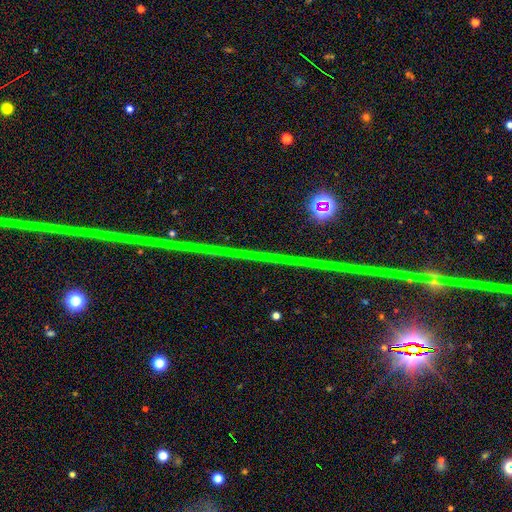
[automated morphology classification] A star or artifact, not a galaxy (86%).

Vote fractions:
- Smooth or featured? star or artifact: 86% / featured or disk: 8% / smooth: 6%